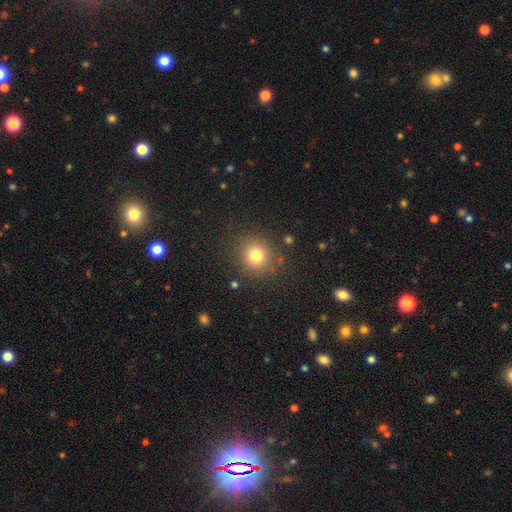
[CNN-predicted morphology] Smooth or featured?
  - smooth: 79% *
  - star or artifact: 13%
  - featured or disk: 8%
How rounded?
  - round: 89% *
  - in between: 10%
  - cigar-shaped: 1%
Merging?
  - none: 85% *
  - minor disturbance: 9%
  - major disturbance: 4%
  - merger: 2%